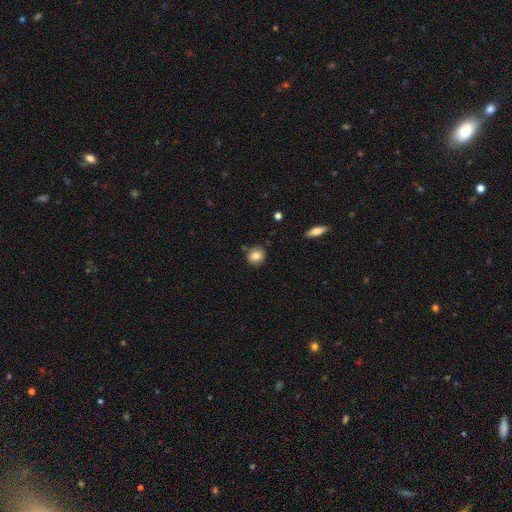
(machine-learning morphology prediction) smooth-or-featured: smooth: 83% | star or artifact: 9% | featured or disk: 7%
  how-rounded: round: 85% | in between: 14% | cigar-shaped: 1%
  merging: none: 83% | minor disturbance: 11% | merger: 3% | major disturbance: 2%